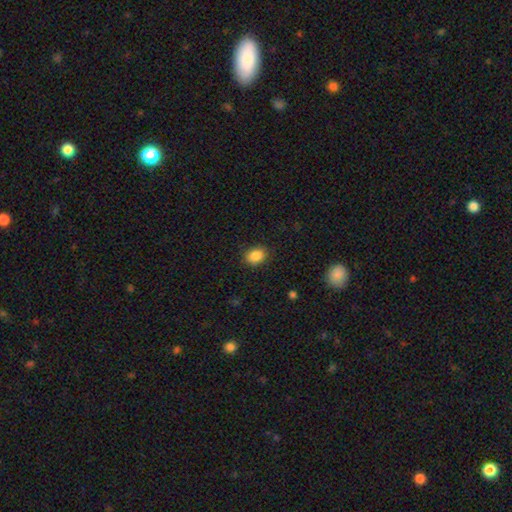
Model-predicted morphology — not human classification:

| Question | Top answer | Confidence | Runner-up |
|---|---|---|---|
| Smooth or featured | smooth | 87% | star or artifact (9%) |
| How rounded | in between | 60% | round (39%) |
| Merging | none | 86% | minor disturbance (11%) |